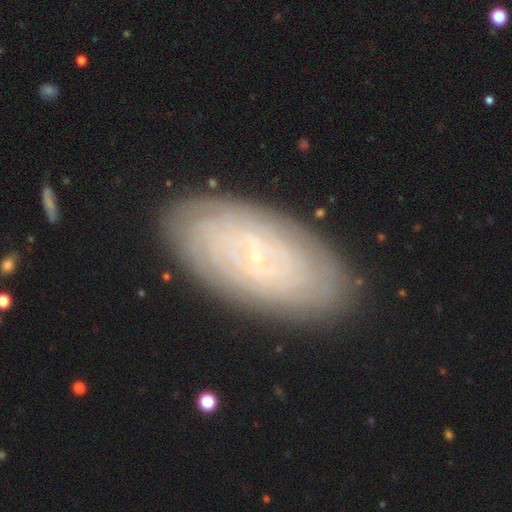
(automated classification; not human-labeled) Smooth or featured? Predicted: featured or disk (p=0.73). Edge-on disk? Predicted: no (p=0.92). Bar? Predicted: no (p=0.51). Spiral arms? Predicted: yes (p=0.90). Spiral winding? Predicted: tight (p=0.81). Spiral arm count? Predicted: can't tell (p=0.53). Bulge size? Predicted: small (p=0.86). Merging? Predicted: none (p=0.85).